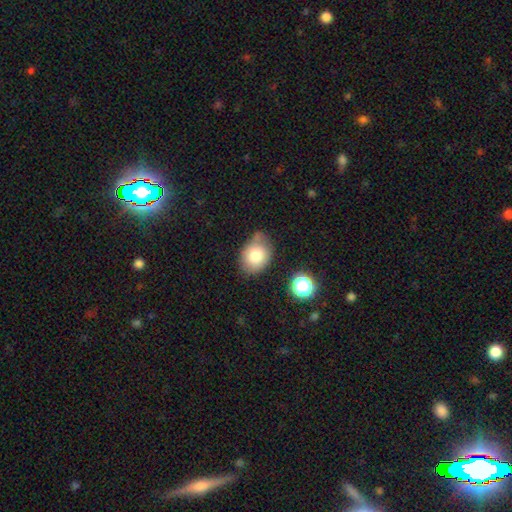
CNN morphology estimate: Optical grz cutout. It shows a smooth galaxy with no disk features (81%) that is in between round and cigar-shaped (66%). Merging: none (58%).